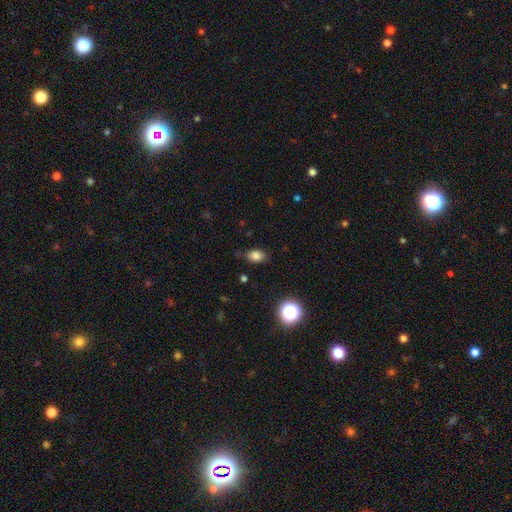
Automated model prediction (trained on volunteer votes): This appears to be a smooth galaxy with no disk features (81%) that is in between round and cigar-shaped (79%). Merging: none (79%).